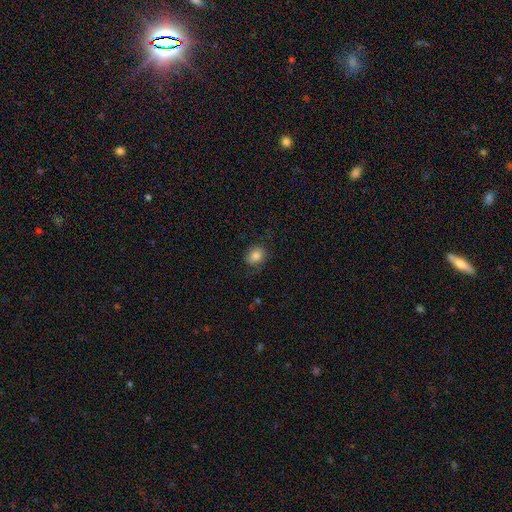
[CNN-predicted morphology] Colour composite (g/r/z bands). It shows a smooth galaxy with no disk features (84%) that is round (54%). Merging: none (76%).